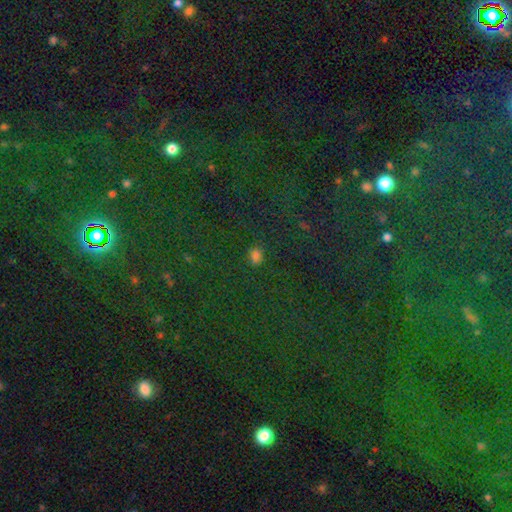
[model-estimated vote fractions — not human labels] The model was most divided on "how rounded": round: 54%, in between: 44%, cigar-shaped: 2%. More confident: merging — none (79%); smooth or featured — smooth (69%).